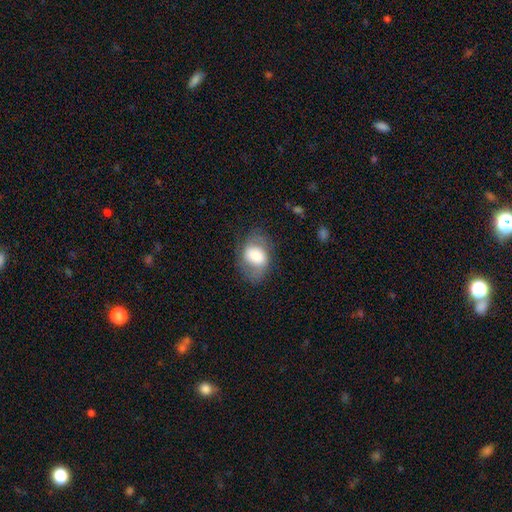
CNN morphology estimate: A smooth galaxy with no disk features (58%) that is in between round and cigar-shaped (73%).

Vote fractions:
- Smooth or featured? smooth: 58% / featured or disk: 34% / star or artifact: 8%
- How rounded? in between: 73% / round: 26% / cigar-shaped: 1%
- Merging? none: 66% / minor disturbance: 21% / major disturbance: 12% / merger: 1%